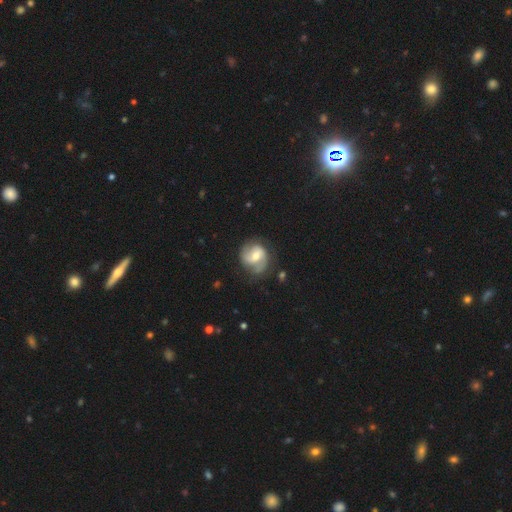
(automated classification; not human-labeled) Morphology: type=featured or disk (72%); edge-on=no (98%); bar=weak (50%); spiral arms=yes (90%); winding=medium (46%); arm count=2 (80%); bulge=moderate (60%); merging=none (69%).